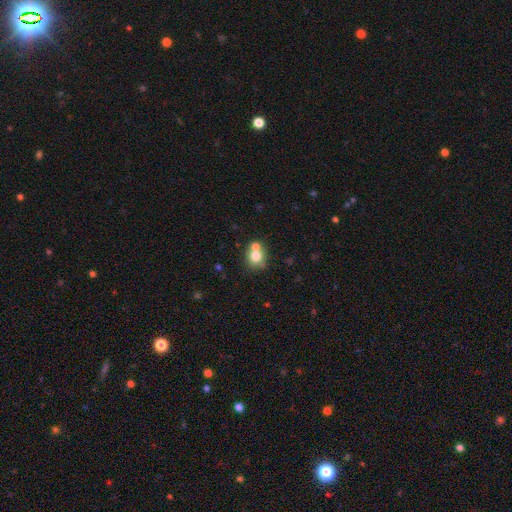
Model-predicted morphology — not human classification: smooth-or-featured: smooth: 74% | featured or disk: 14% | star or artifact: 11%
  how-rounded: round: 79% | in between: 20% | cigar-shaped: 1%
  merging: none: 49% | merger: 39% | minor disturbance: 8% | major disturbance: 3%